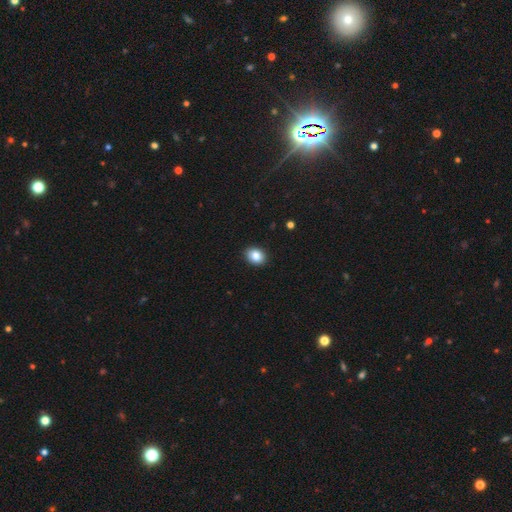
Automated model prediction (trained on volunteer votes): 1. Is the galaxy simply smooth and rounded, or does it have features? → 86% smooth, 9% star or artifact, 5% featured or disk.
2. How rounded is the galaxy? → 57% in between, 42% round, 1% cigar-shaped.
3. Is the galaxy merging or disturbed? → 91% none, 6% minor disturbance, 2% major disturbance, 1% merger.